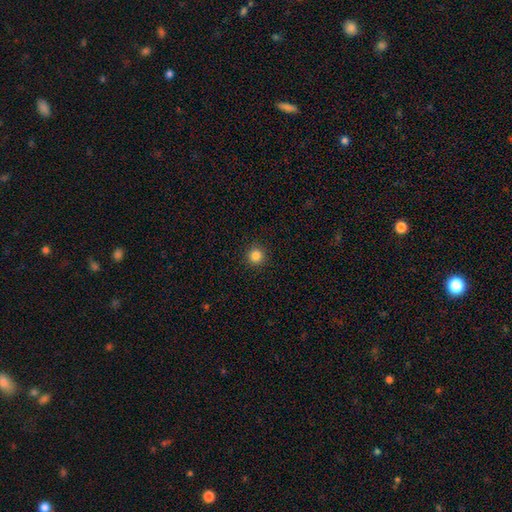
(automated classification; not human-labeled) Q: Smooth or featured?
A: smooth (84%); runner-up: star or artifact (12%)
Q: How rounded?
A: round (95%); runner-up: in between (4%)
Q: Merging?
A: none (93%); runner-up: minor disturbance (5%)